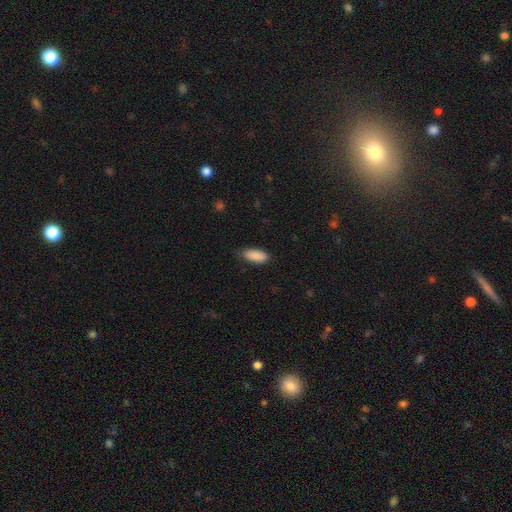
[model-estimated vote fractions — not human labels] Q: Smooth or featured?
A: smooth (90%); runner-up: star or artifact (6%)
Q: How rounded?
A: in between (85%); runner-up: cigar-shaped (13%)
Q: Merging?
A: none (79%); runner-up: minor disturbance (17%)